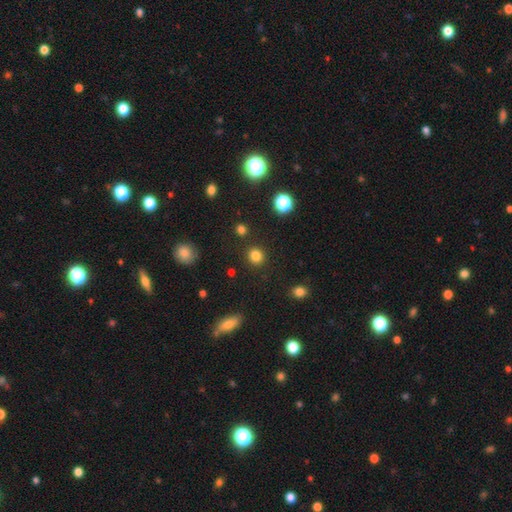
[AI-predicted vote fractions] Smooth or featured?
  - smooth: 82% *
  - star or artifact: 13%
  - featured or disk: 5%
How rounded?
  - round: 85% *
  - in between: 14%
  - cigar-shaped: 1%
Merging?
  - none: 89% *
  - minor disturbance: 6%
  - major disturbance: 3%
  - merger: 2%